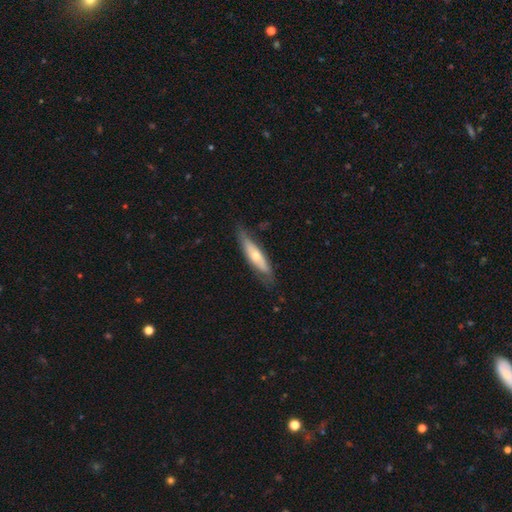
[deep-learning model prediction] smooth_or_featured: smooth (p=0.50) [alt: featured or disk p=0.45]
merging: none (p=0.73) [alt: minor disturbance p=0.21]